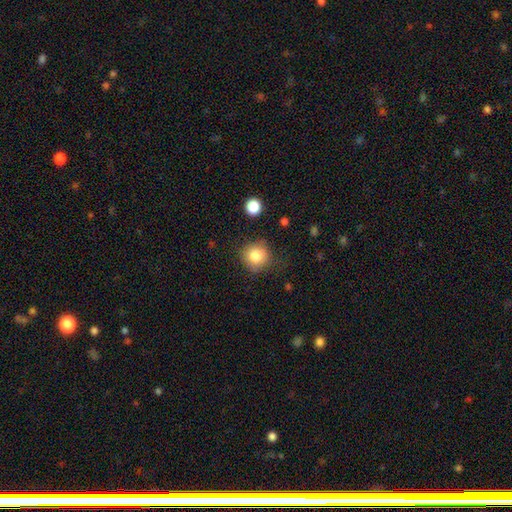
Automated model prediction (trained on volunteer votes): smooth-or-featured: smooth: 83% | star or artifact: 10% | featured or disk: 7%
  how-rounded: round: 91% | in between: 8% | cigar-shaped: 1%
  merging: none: 79% | minor disturbance: 15% | major disturbance: 4% | merger: 3%